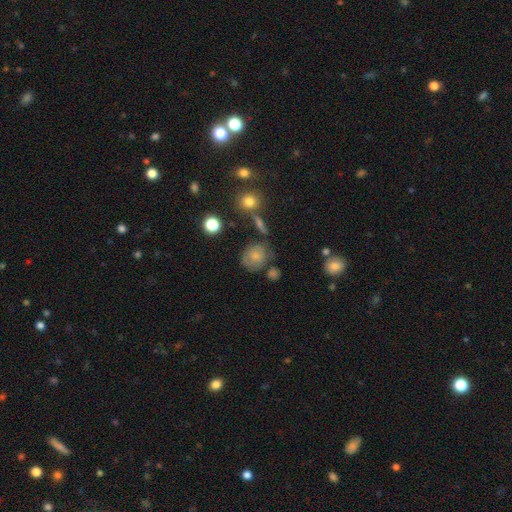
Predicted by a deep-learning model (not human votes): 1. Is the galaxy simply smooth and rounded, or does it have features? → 71% smooth, 18% featured or disk, 11% star or artifact.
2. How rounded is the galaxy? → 69% round, 30% in between, 1% cigar-shaped.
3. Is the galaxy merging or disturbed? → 57% none, 23% minor disturbance, 10% major disturbance, 9% merger.